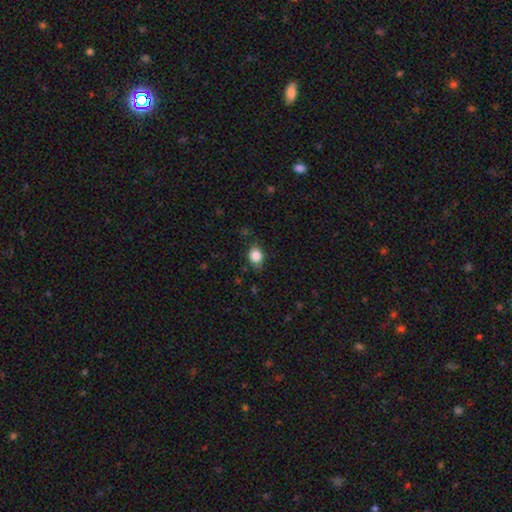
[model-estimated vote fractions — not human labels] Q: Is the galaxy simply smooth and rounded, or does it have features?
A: smooth — 85%.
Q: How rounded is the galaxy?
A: in between — 55%.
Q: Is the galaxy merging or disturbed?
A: none — 74%.